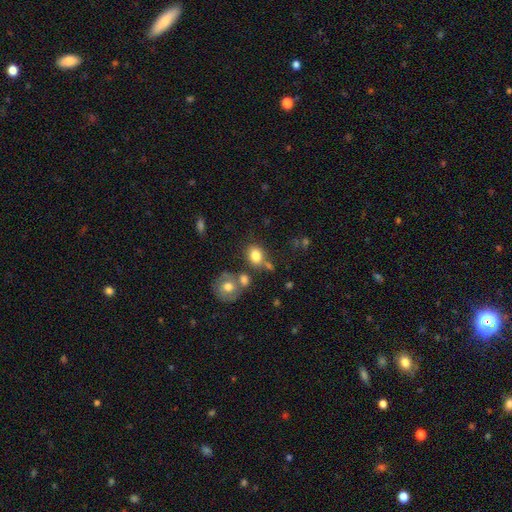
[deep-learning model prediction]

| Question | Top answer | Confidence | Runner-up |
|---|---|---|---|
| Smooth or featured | smooth | 79% | featured or disk (11%) |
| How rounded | round | 50% | in between (49%) |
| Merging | none | 58% | merger (20%) |